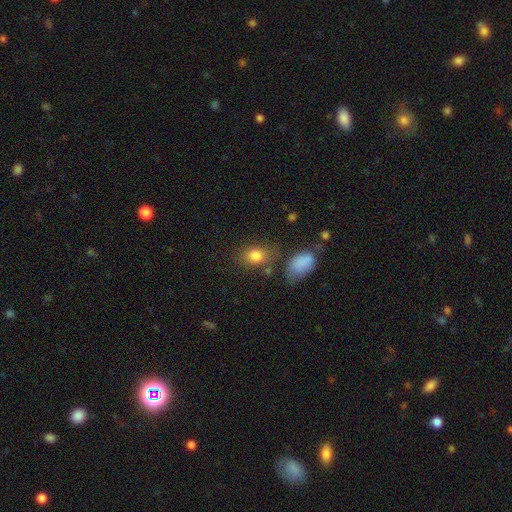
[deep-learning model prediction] Smooth or featured? smooth (81%)
How rounded? in between (68%)
Merging? none (64%)